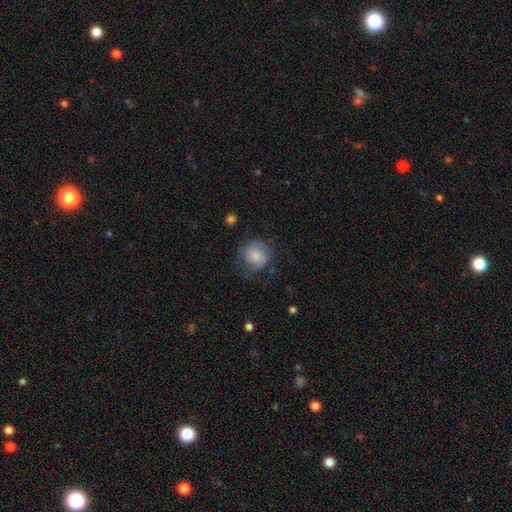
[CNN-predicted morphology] Smooth or featured?
  - smooth: 73% *
  - featured or disk: 19%
  - star or artifact: 8%
How rounded?
  - round: 84% *
  - in between: 15%
  - cigar-shaped: 1%
Merging?
  - none: 58% *
  - minor disturbance: 26%
  - major disturbance: 14%
  - merger: 2%